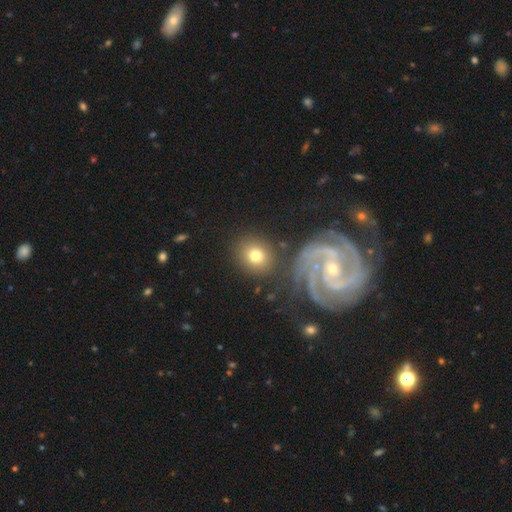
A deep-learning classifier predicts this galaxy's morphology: Smooth or featured: smooth — 73% (featured or disk — 17%)
How rounded: round — 77% (in between — 22%)
Merging: none — 77% (minor disturbance — 10%)